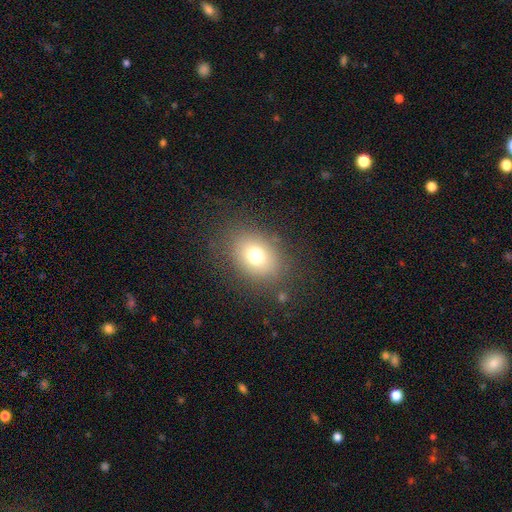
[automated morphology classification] The model was most divided on "how rounded": in between: 59%, round: 40%, cigar-shaped: 1%. More confident: merging — none (83%); smooth or featured — smooth (73%).